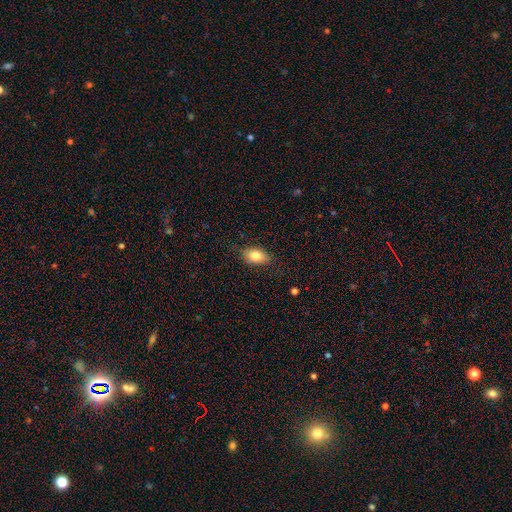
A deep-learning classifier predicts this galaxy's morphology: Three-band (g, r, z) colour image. It shows a smooth galaxy with no disk features (81%) that is in between round and cigar-shaped (88%). Merging: none (81%).